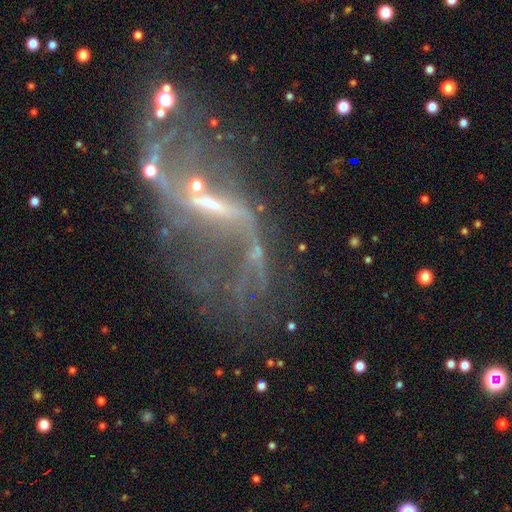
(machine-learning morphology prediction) Q: Smooth or featured?
A: featured or disk (46%); runner-up: star or artifact (38%)
Q: Merging?
A: none (47%); runner-up: major disturbance (25%)